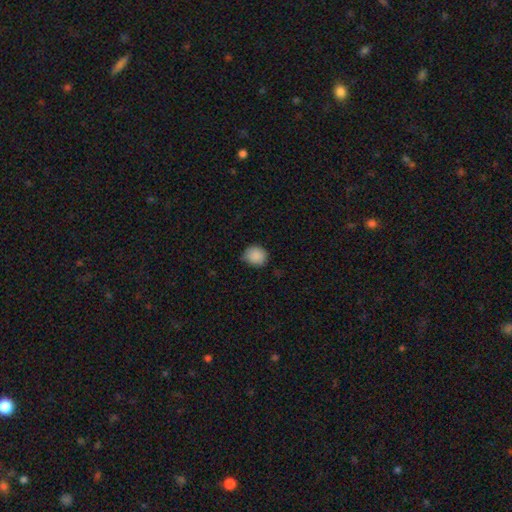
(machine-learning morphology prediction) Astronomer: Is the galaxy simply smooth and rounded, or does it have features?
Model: smooth — 88%.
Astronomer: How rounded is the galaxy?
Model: round — 79%.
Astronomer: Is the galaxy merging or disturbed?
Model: none — 73%.